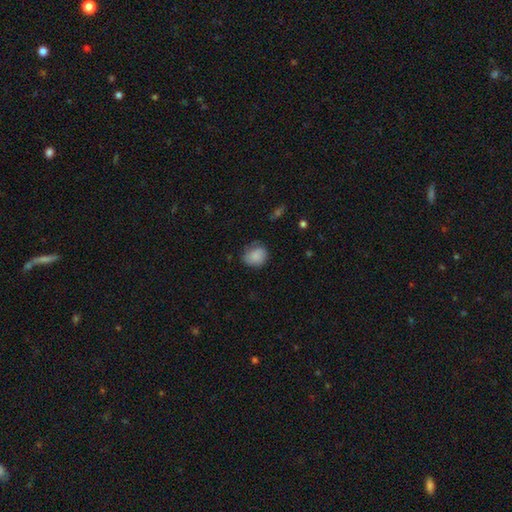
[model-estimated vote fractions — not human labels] A smooth galaxy with no disk features (79%) that is round (61%).

Vote fractions:
- Smooth or featured? smooth: 79% / featured or disk: 13% / star or artifact: 8%
- How rounded? round: 61% / in between: 38% / cigar-shaped: 1%
- Merging? none: 57% / minor disturbance: 30% / major disturbance: 11% / merger: 2%